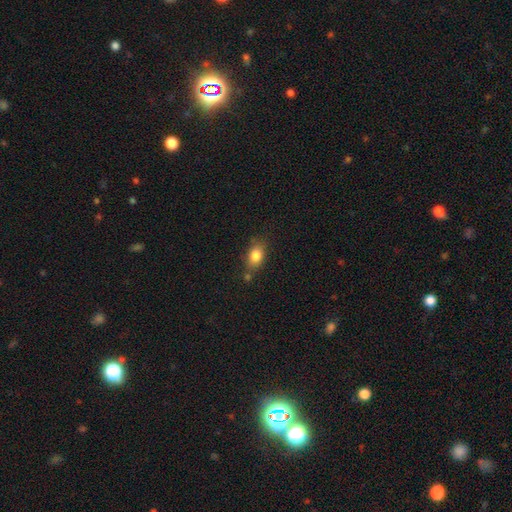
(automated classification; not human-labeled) Smooth or featured?
  - smooth: 82% *
  - star or artifact: 9%
  - featured or disk: 9%
How rounded?
  - in between: 74% *
  - round: 23%
  - cigar-shaped: 3%
Merging?
  - none: 66% *
  - minor disturbance: 19%
  - merger: 10%
  - major disturbance: 5%